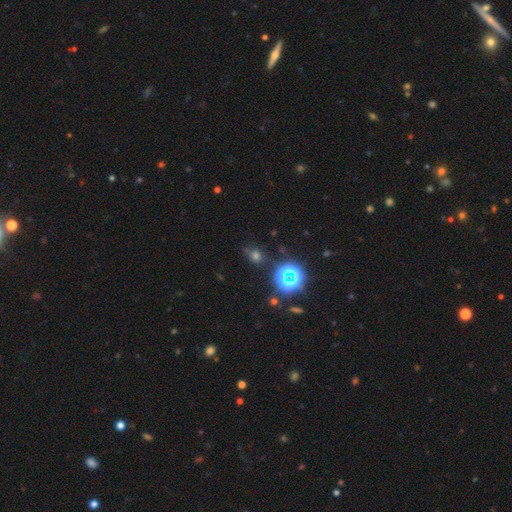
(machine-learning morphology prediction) Smooth or featured? Predicted: smooth (p=0.49). Merging? Predicted: none (p=0.75).